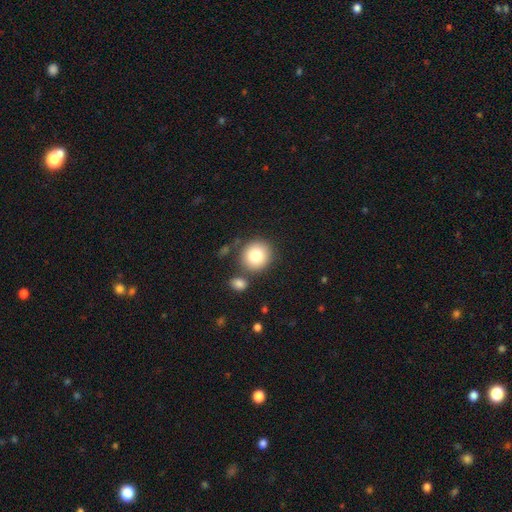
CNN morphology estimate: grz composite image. It shows a smooth galaxy with no disk features (80%) that is round (89%). Merging: none (76%).